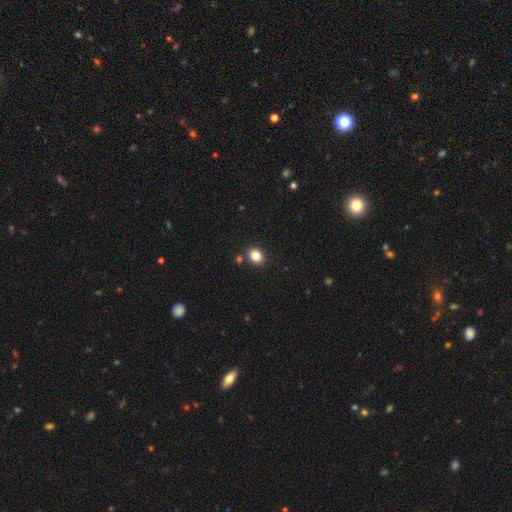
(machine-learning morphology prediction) smooth-or-featured: smooth: 83% | star or artifact: 12% | featured or disk: 5%
  how-rounded: round: 65% | in between: 34% | cigar-shaped: 1%
  merging: none: 85% | minor disturbance: 8% | merger: 5% | major disturbance: 2%